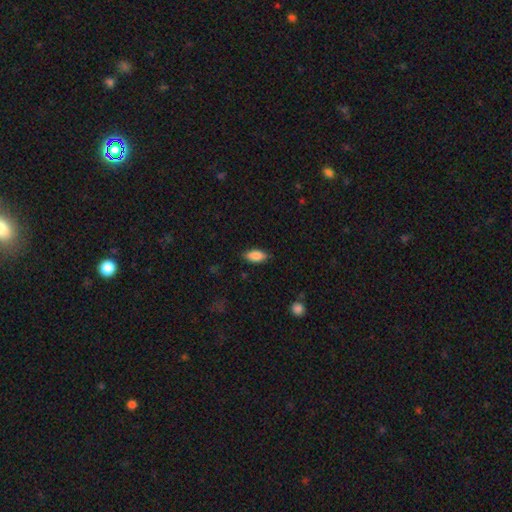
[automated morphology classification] A smooth galaxy with no disk features (85%) that is in between round and cigar-shaped (88%). Merging: none (81%).